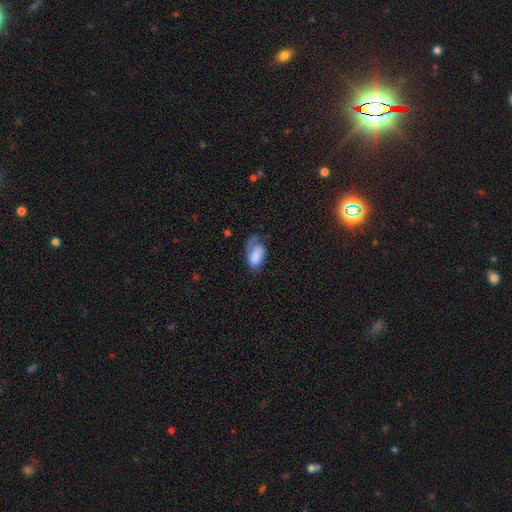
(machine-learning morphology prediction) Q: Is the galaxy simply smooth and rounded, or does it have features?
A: smooth — 64%.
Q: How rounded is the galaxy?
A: in between — 92%.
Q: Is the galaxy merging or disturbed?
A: major disturbance — 35%.